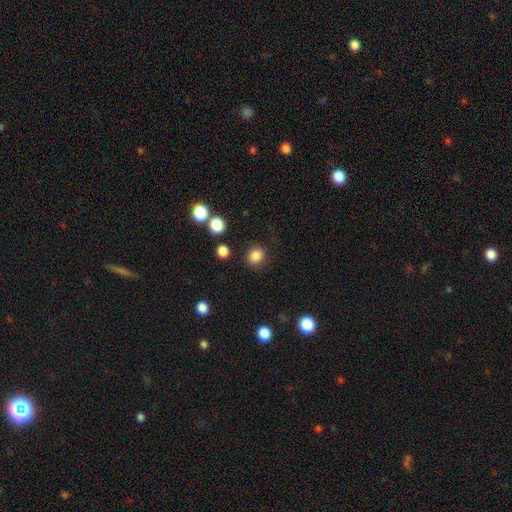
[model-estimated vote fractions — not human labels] The model was most divided on "how rounded": round: 79%, in between: 20%, cigar-shaped: 1%. More confident: merging — none (86%); smooth or featured — smooth (85%).